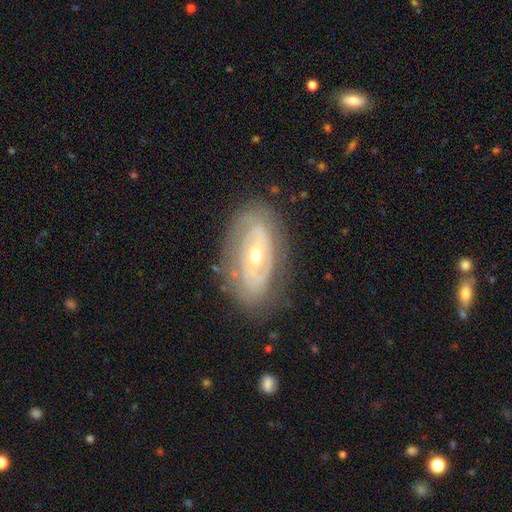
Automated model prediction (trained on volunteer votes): A featured or disk galaxy (77%) with no bar (65%), spiral arms (62%) and a moderate central bulge (53%).

Vote fractions:
- Smooth or featured? featured or disk: 77% / smooth: 17% / star or artifact: 6%
- Edge-on disk? no: 92% / yes: 8%
- Bar? no: 65% / weak: 23% / strong: 12%
- Spiral arms? yes: 62% / no: 38%
- Bulge size? moderate: 53% / small: 43% / large: 2% / dominant: 1% / none: 1%
- Merging? none: 78% / minor disturbance: 15% / major disturbance: 6% / merger: 1%